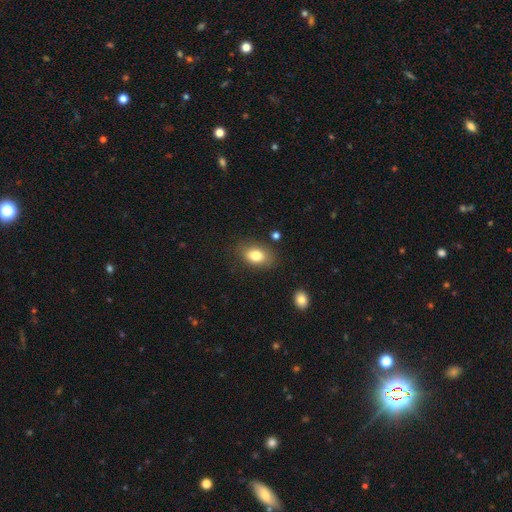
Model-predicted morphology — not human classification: This appears to be a smooth galaxy with no disk features (80%) that is in between round and cigar-shaped (82%). Merging: none (80%).